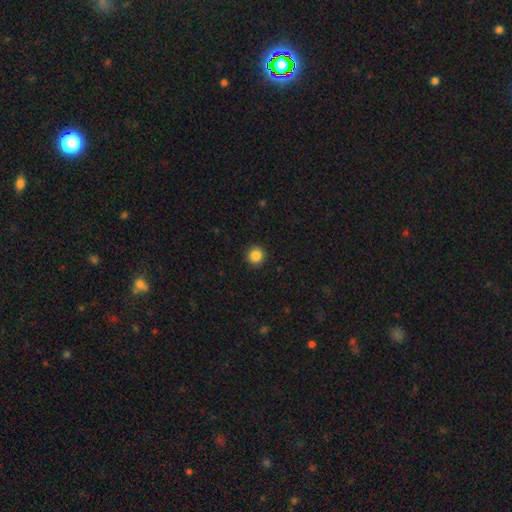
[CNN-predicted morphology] Overall: smooth (86%). How rounded: round (95%). Merging: none (93%).